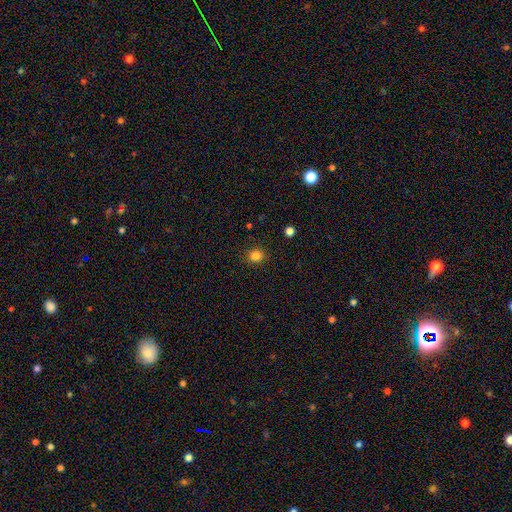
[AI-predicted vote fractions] smooth 83%, star or artifact 12%, featured or disk 4%. Down the decision tree: how rounded — round (75%); merging — none (89%).